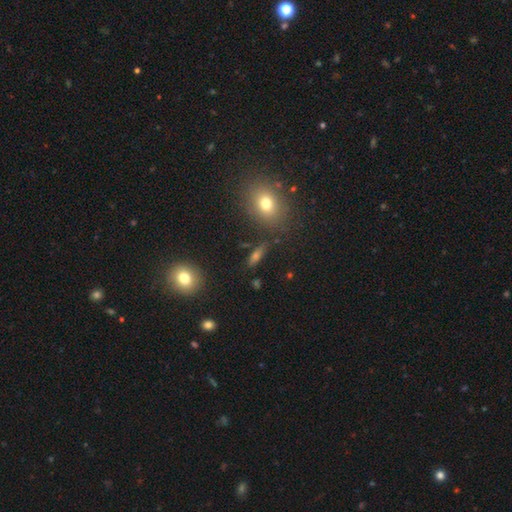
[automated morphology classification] Smooth or featured: smooth — 55% (featured or disk — 28%)
How rounded: in between — 44% (cigar-shaped — 42%)
Merging: none — 82% (minor disturbance — 10%)